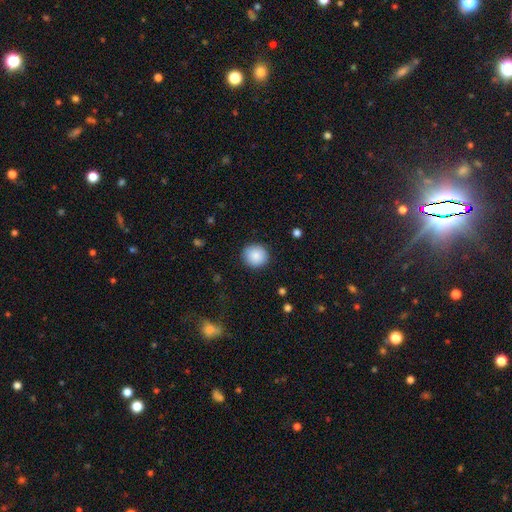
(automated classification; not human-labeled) A smooth galaxy with no disk features (88%) that is round (93%). Merging: none (91%).